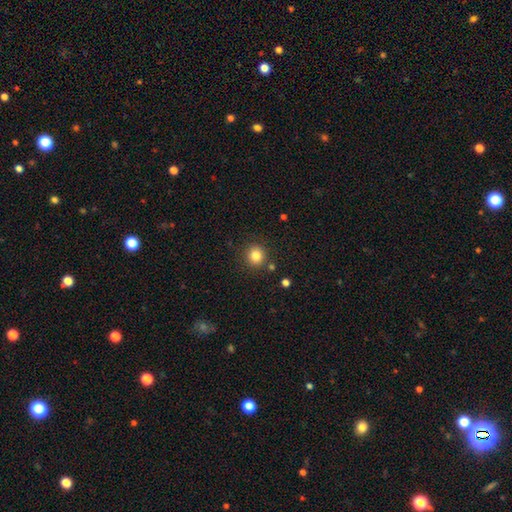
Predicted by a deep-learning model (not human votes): Morphology: type=smooth (83%); roundness=round (91%); merging=none (86%).